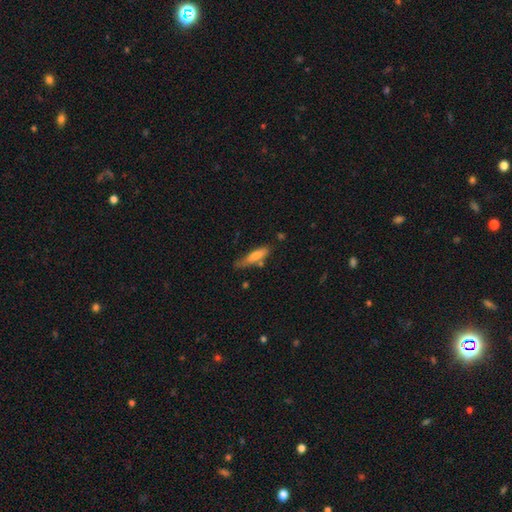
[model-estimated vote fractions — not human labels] The model was most divided on "smooth or featured": smooth: 61%, featured or disk: 31%, star or artifact: 8%. More confident: how rounded — cigar-shaped (76%); merging — none (60%).